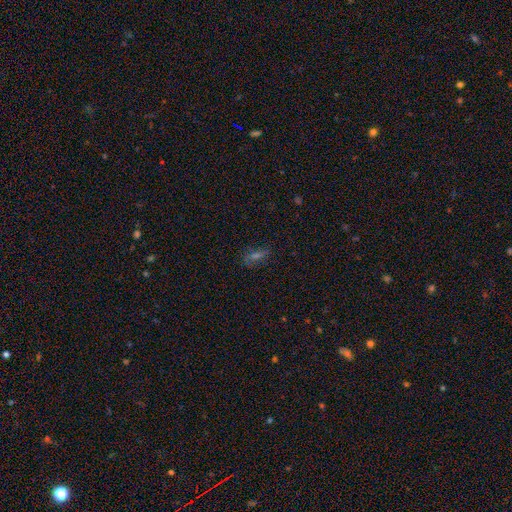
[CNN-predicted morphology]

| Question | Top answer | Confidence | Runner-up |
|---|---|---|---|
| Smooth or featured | featured or disk | 36% | smooth (34%) |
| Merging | none | 76% | minor disturbance (15%) |